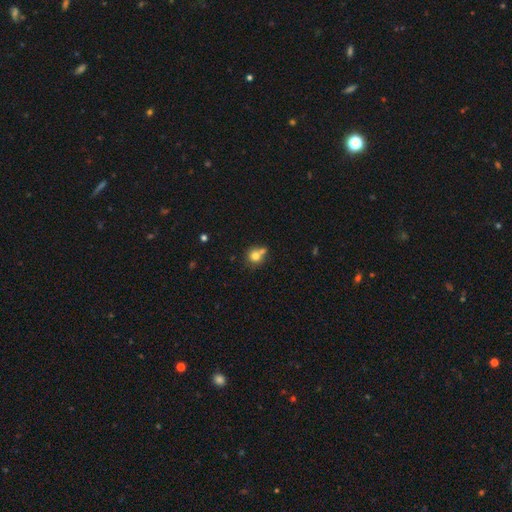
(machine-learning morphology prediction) smooth_or_featured: smooth (p=0.77) [alt: featured or disk p=0.13]
how_rounded: round (p=0.83) [alt: in between p=0.16]
merging: none (p=0.47) [alt: merger p=0.36]